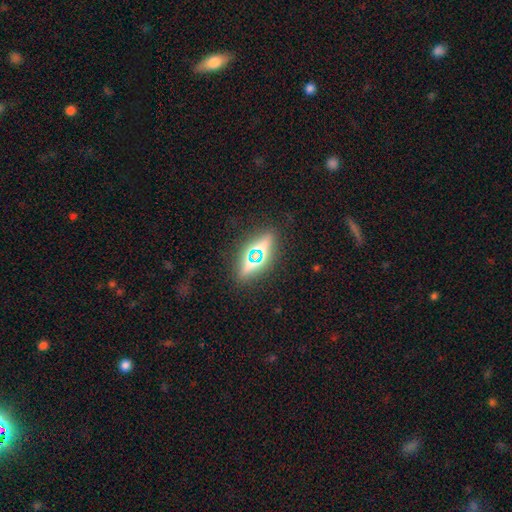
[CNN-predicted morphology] This appears to be a star or artifact, not a galaxy (51%).